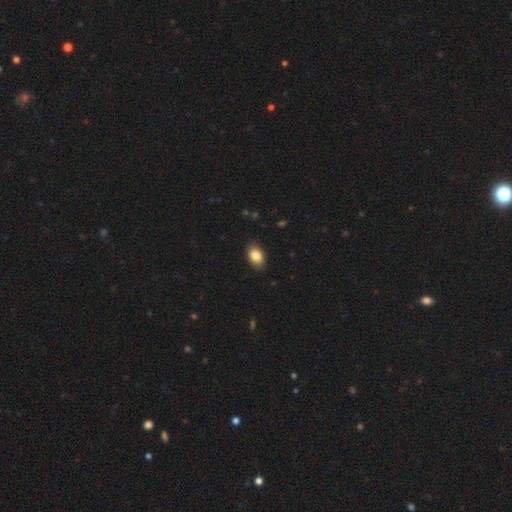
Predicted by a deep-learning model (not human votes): smooth_or_featured: smooth (p=0.86) [alt: star or artifact p=0.08]
how_rounded: in between (p=0.84) [alt: round p=0.15]
merging: none (p=0.87) [alt: minor disturbance p=0.10]